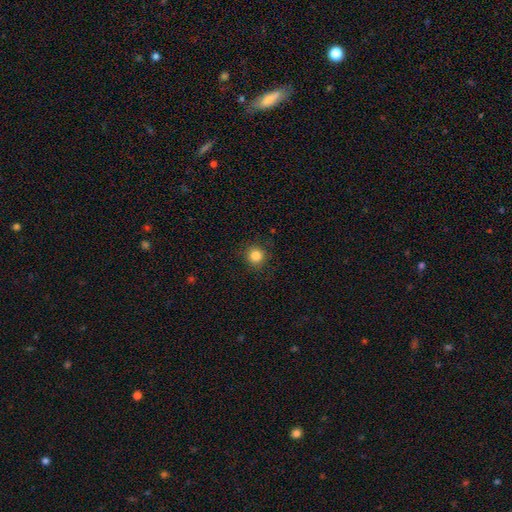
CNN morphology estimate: This is clearly a smooth galaxy (84%). How rounded: clearly round (94%). Merging: clearly none (90%).